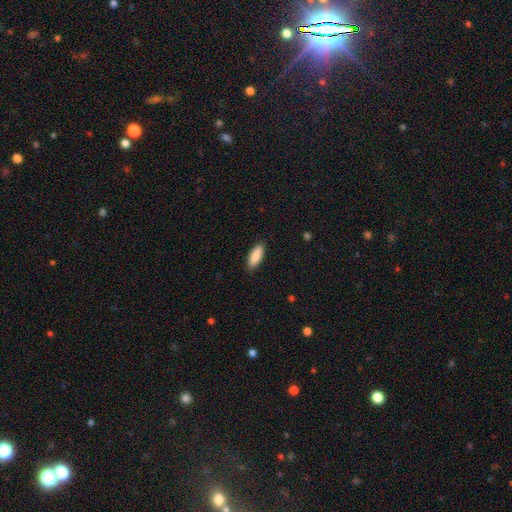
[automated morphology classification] This is clearly a smooth galaxy (90%). How rounded: likely in between (70%). Merging: clearly none (89%).